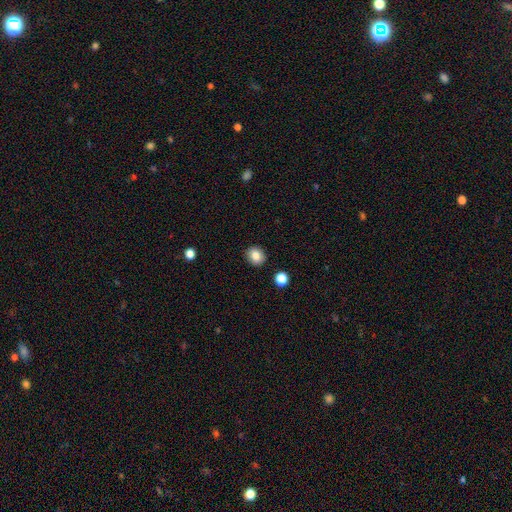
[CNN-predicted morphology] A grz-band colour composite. It shows a smooth galaxy with no disk features (83%) that is round (72%). Merging: none (90%).